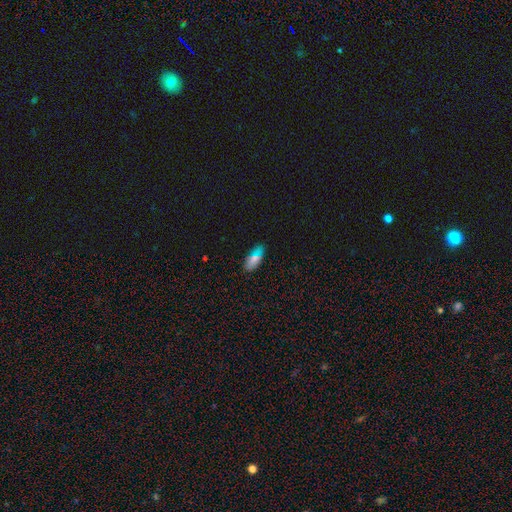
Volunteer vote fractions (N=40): Morphology: type=smooth (90%); roundness=in between (78%); merging=none (89%).